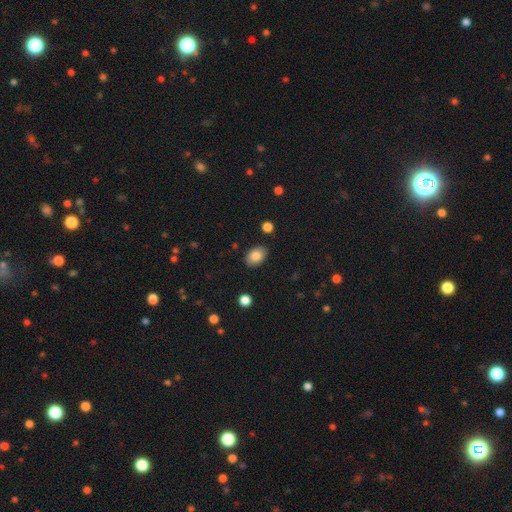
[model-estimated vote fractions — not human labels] Overall: smooth (85%). How rounded: in between (84%). Merging: none (86%).